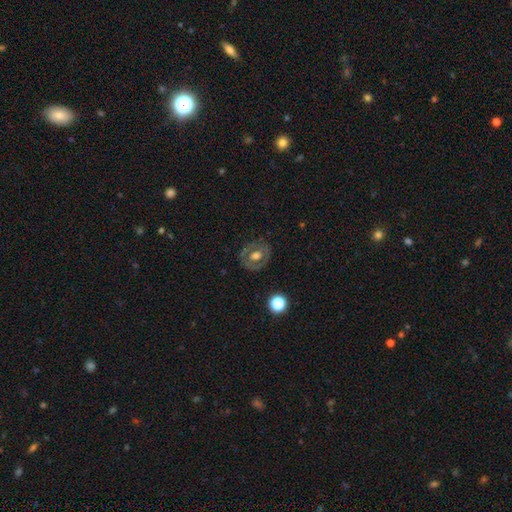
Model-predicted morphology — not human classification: Smooth or featured: featured or disk — 50% (smooth — 41%)
Edge-on disk: no — 95% (yes — 5%)
Merging: none — 80% (minor disturbance — 13%)